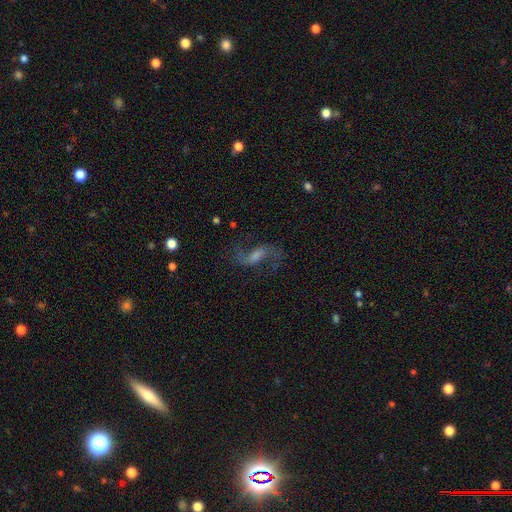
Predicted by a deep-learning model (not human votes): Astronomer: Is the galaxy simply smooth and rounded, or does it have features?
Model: featured or disk — 81%.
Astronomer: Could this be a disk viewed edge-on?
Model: no — 95%.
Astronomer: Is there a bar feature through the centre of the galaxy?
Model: weak — 50% (runner-up: strong, 26%).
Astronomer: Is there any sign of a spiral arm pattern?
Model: yes — 96%.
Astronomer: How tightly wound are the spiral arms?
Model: loose — 68%.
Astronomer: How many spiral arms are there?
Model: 2 — 92%.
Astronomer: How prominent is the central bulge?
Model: moderate — 33%, tied with small at 33%.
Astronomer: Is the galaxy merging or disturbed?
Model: none — 75%.